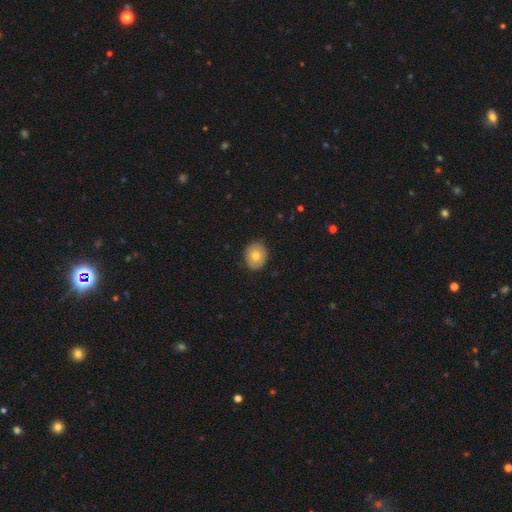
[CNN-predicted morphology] This appears to be a smooth galaxy with no disk features (73%) that is round (62%). Merging: none (87%).